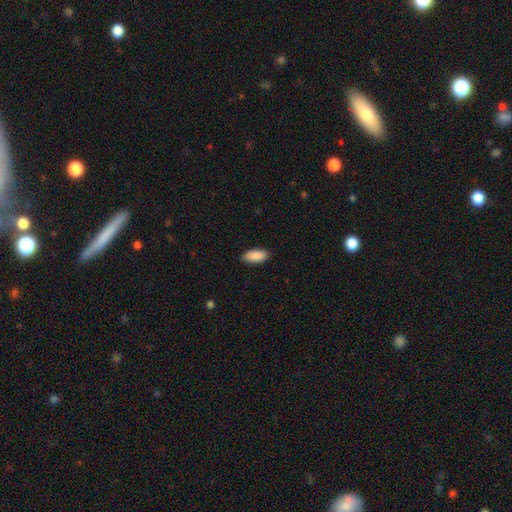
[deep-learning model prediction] This is clearly a smooth galaxy (90%). How rounded: clearly in between (91%). Merging: clearly none (89%).